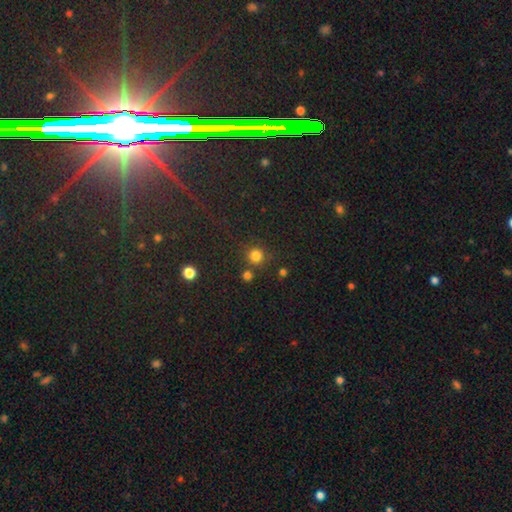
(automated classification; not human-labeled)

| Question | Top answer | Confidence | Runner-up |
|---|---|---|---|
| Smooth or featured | smooth | 78% | star or artifact (17%) |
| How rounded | round | 93% | in between (6%) |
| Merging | none | 77% | merger (11%) |